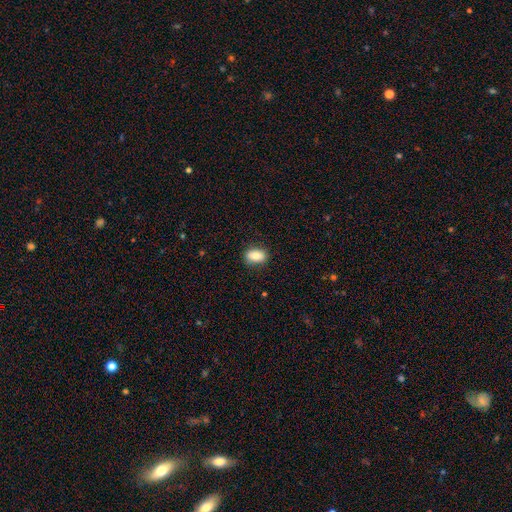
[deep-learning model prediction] This is clearly a smooth galaxy (83%). How rounded: clearly in between (85%). Merging: clearly none (85%).